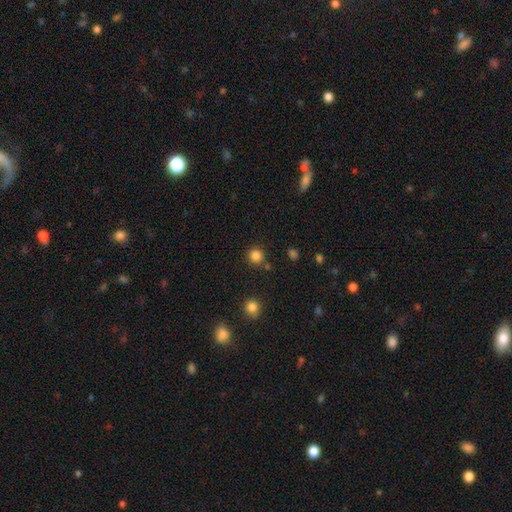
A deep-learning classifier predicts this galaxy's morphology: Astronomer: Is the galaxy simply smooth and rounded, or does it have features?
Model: smooth — 84%.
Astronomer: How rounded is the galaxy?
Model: round — 93%.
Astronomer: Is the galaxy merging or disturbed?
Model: none — 83%.